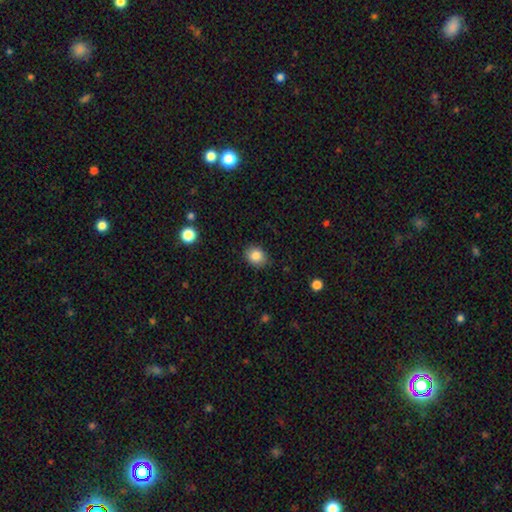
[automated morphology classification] This appears to be a smooth galaxy with no disk features (85%) that is round (56%). Merging: none (85%).